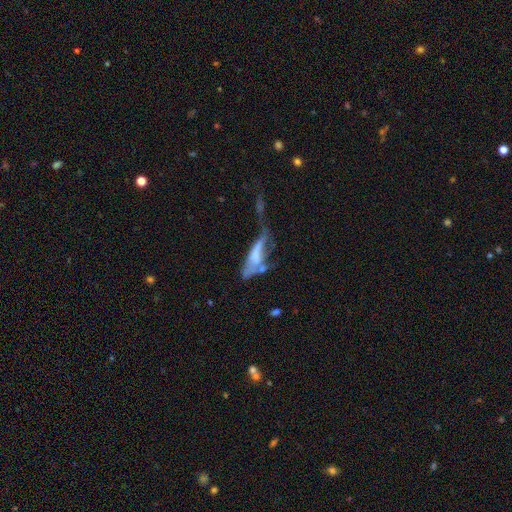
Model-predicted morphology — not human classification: Smooth or featured? smooth (48%)
Merging? major disturbance (37%)